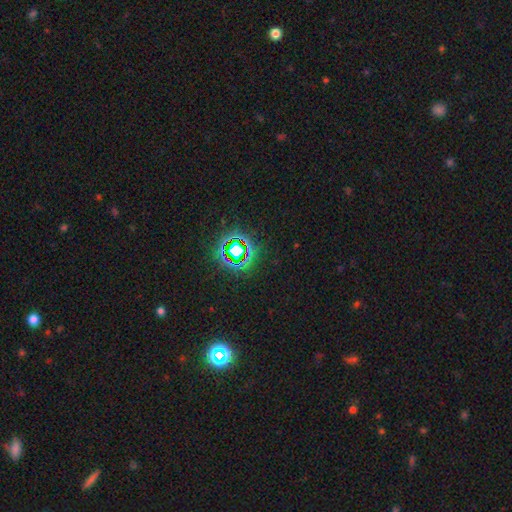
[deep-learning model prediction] star or artifact 69%, smooth 24%, featured or disk 7%.